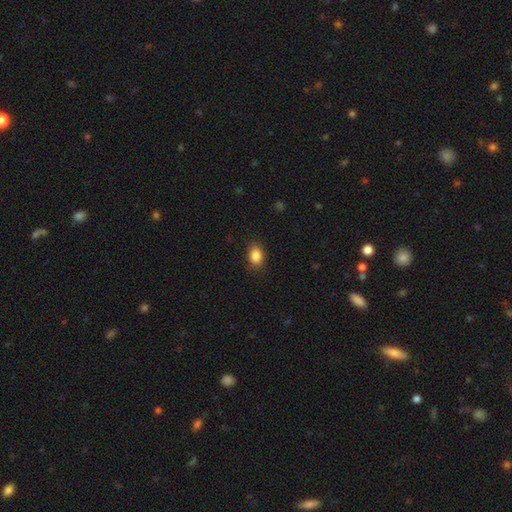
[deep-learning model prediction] This is clearly a smooth galaxy (87%). How rounded: likely in between (74%). Merging: clearly none (84%).